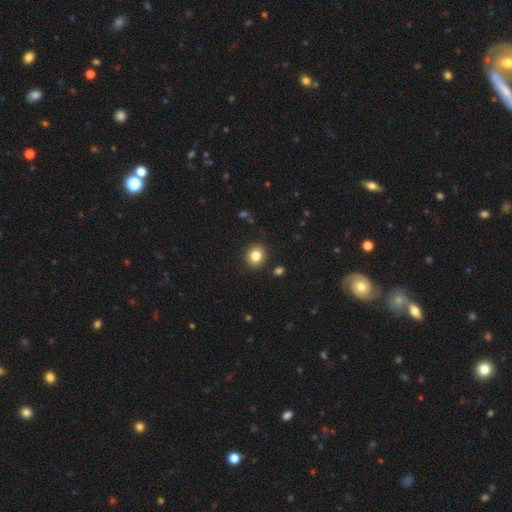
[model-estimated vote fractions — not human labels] Smooth or featured? Predicted: smooth (p=0.83). How rounded? Predicted: round (p=0.77). Merging? Predicted: none (p=0.90).